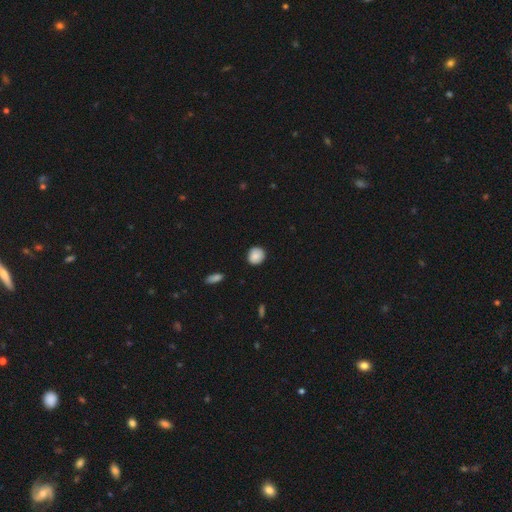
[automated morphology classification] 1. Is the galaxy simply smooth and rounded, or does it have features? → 87% smooth, 8% star or artifact, 5% featured or disk.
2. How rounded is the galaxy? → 85% round, 14% in between, 1% cigar-shaped.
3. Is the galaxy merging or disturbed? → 87% none, 10% minor disturbance, 2% major disturbance, 1% merger.